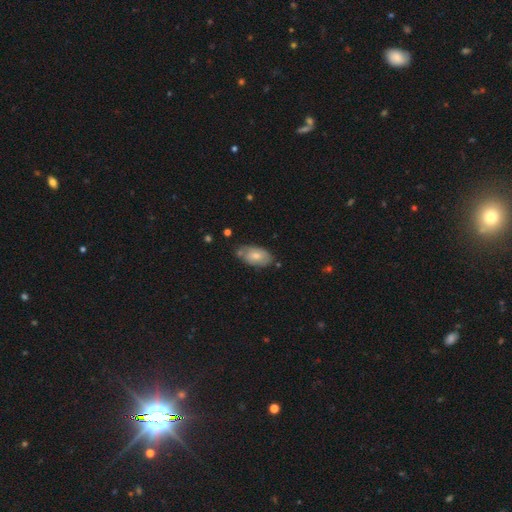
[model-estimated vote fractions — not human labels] Smooth or featured? Predicted: smooth (p=0.69). How rounded? Predicted: in between (p=0.93). Merging? Predicted: none (p=0.63).